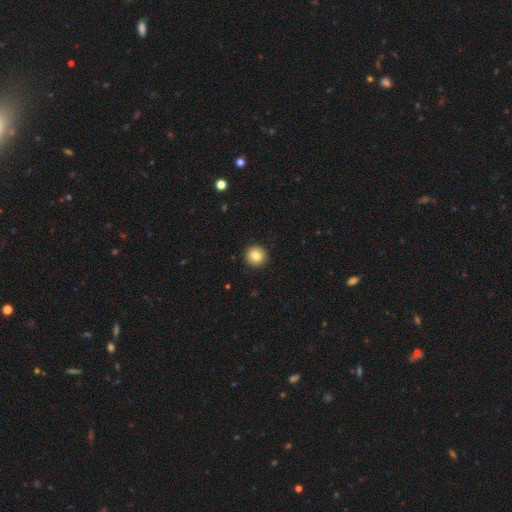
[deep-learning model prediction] smooth-or-featured: smooth: 83% | star or artifact: 9% | featured or disk: 8%
  how-rounded: round: 93% | in between: 6% | cigar-shaped: 1%
  merging: none: 92% | minor disturbance: 5% | major disturbance: 2% | merger: 1%